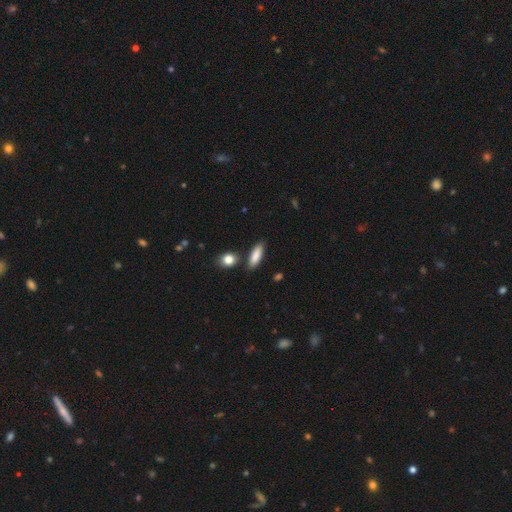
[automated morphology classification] Q: Smooth or featured?
A: smooth (85%); runner-up: featured or disk (9%)
Q: How rounded?
A: in between (56%); runner-up: cigar-shaped (42%)
Q: Merging?
A: none (82%); runner-up: minor disturbance (11%)